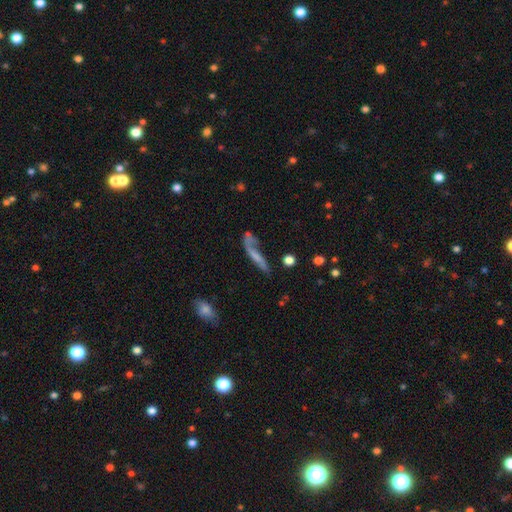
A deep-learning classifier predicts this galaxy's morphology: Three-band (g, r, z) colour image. It shows a featured or disk galaxy (49%). Merging: none (35%).